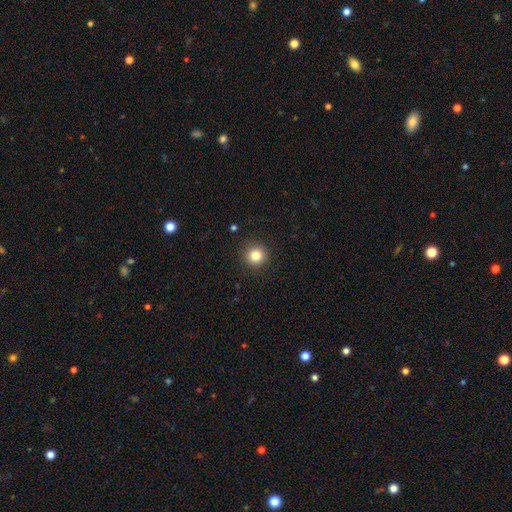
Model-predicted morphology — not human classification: Overall: smooth (82%). How rounded: round (95%). Merging: none (92%).